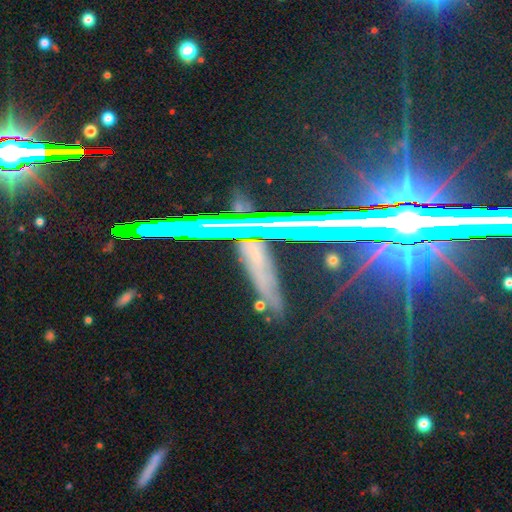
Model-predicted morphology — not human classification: type=star or artifact (69%).